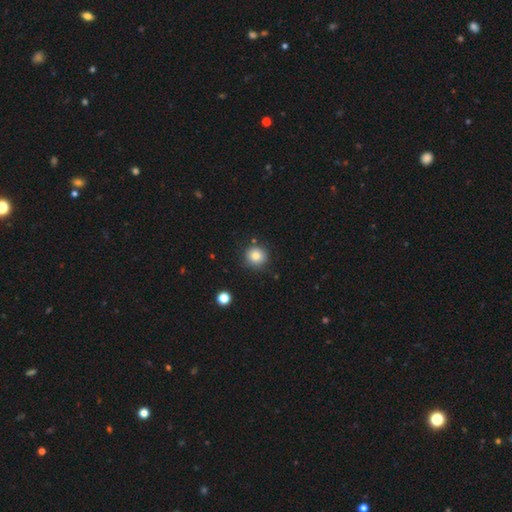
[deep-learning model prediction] This is clearly a smooth galaxy (81%). How rounded: clearly round (91%). Merging: clearly none (85%).